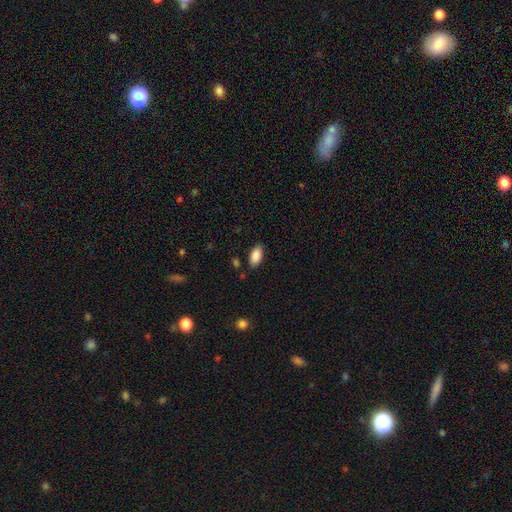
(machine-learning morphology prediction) Smooth or featured? smooth (89%)
How rounded? in between (93%)
Merging? none (84%)